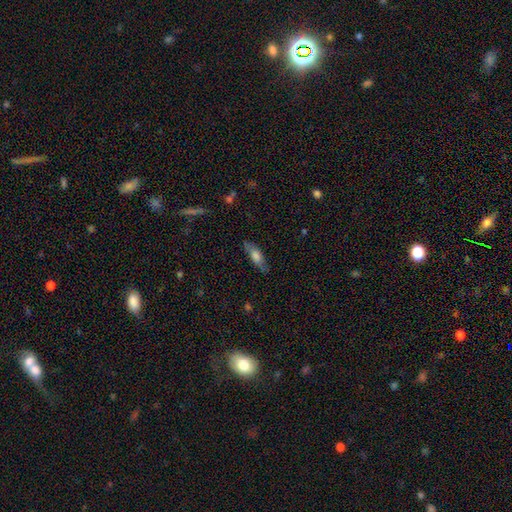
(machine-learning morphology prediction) smooth_or_featured: smooth (p=0.66) [alt: featured or disk p=0.27]
how_rounded: in between (p=0.54) [alt: cigar-shaped p=0.43]
merging: none (p=0.78) [alt: minor disturbance p=0.16]